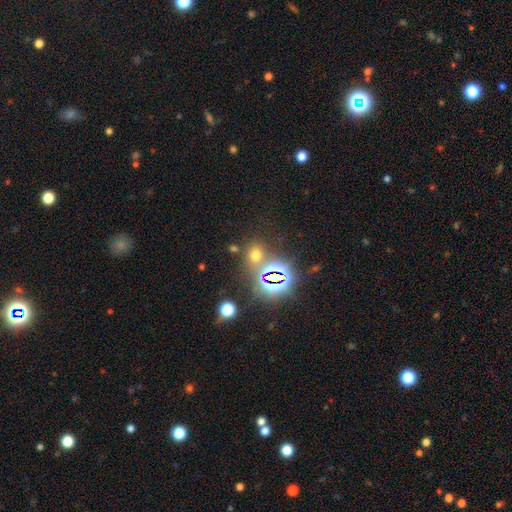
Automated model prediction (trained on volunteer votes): smooth_or_featured: smooth (p=0.47) [alt: star or artifact p=0.46]
merging: none (p=0.74) [alt: merger p=0.12]